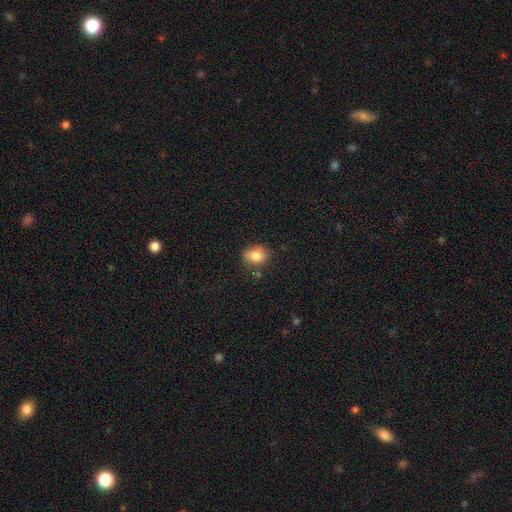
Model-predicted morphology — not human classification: This is clearly a smooth galaxy (84%). How rounded: possibly in between (55%). Merging: likely none (69%).